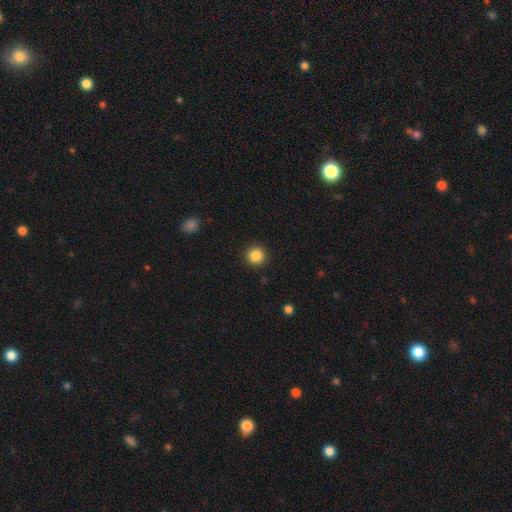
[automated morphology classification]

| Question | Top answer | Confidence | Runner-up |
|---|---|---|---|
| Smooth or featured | smooth | 86% | star or artifact (10%) |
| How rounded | round | 95% | in between (4%) |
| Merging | none | 92% | minor disturbance (5%) |